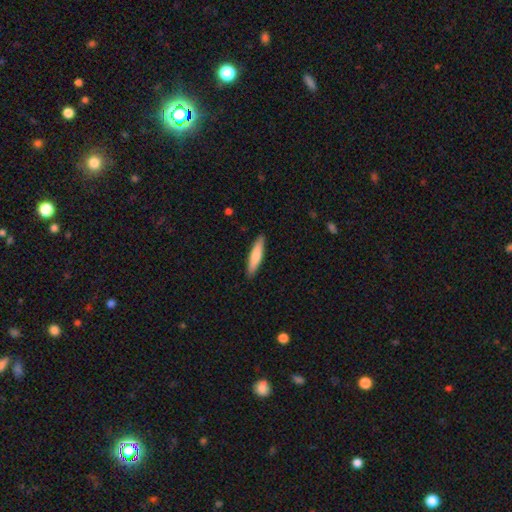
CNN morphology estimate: A smooth galaxy with no disk features (74%) that is cigar-shaped (83%).

Vote fractions:
- Smooth or featured? smooth: 74% / featured or disk: 21% / star or artifact: 5%
- How rounded? cigar-shaped: 83% / in between: 16% / round: 1%
- Merging? none: 90% / minor disturbance: 7% / major disturbance: 1% / merger: 1%